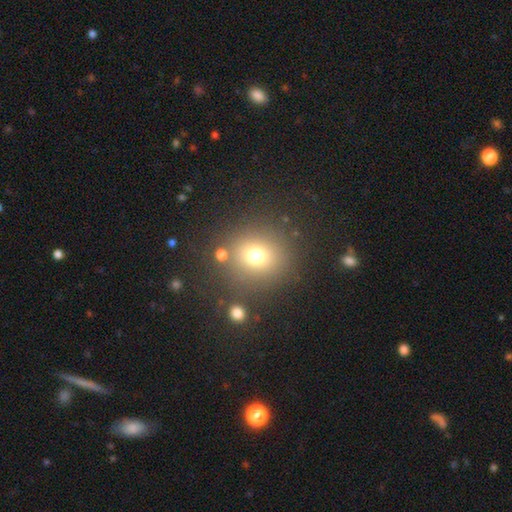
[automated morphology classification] Smooth or featured?
  - smooth: 71% *
  - star or artifact: 18%
  - featured or disk: 11%
How rounded?
  - round: 87% *
  - in between: 12%
  - cigar-shaped: 1%
Merging?
  - none: 80% *
  - minor disturbance: 9%
  - merger: 6%
  - major disturbance: 5%